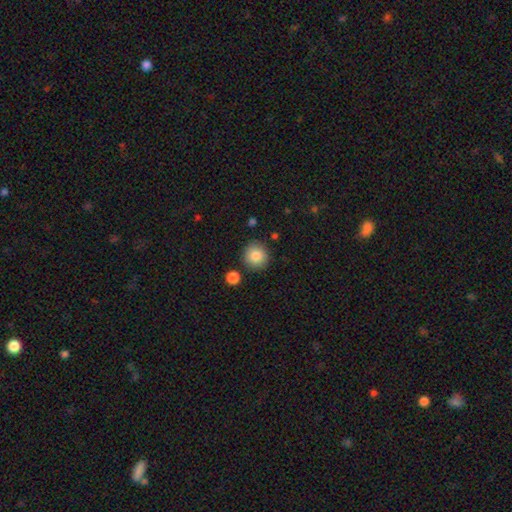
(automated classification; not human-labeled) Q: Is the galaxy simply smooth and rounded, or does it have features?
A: smooth — 84%.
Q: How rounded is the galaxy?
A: round — 92%.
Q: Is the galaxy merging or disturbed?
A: none — 86%.